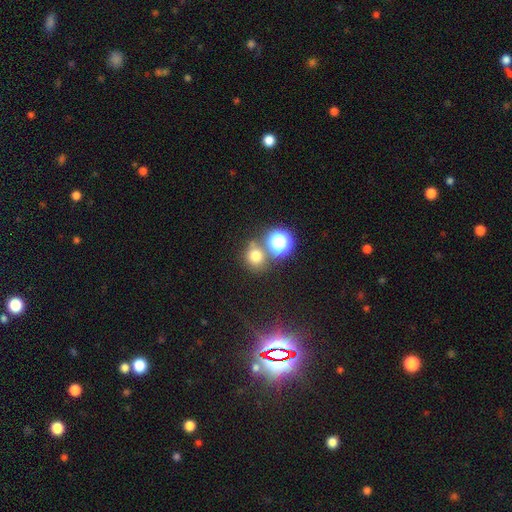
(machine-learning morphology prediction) Smooth or featured?
  - smooth: 70% *
  - star or artifact: 22%
  - featured or disk: 8%
How rounded?
  - round: 83% *
  - in between: 16%
  - cigar-shaped: 1%
Merging?
  - none: 66% *
  - merger: 20%
  - minor disturbance: 10%
  - major disturbance: 4%